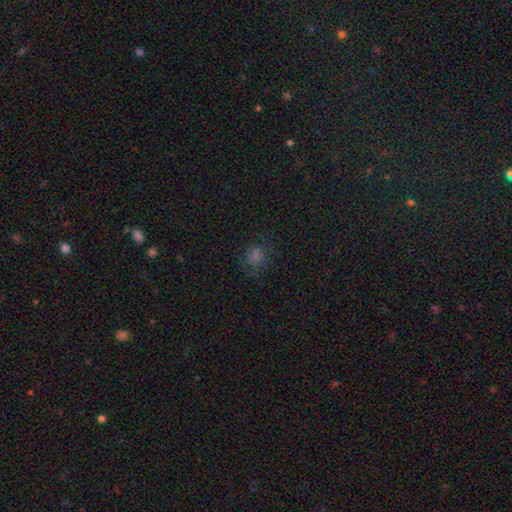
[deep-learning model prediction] Smooth or featured?
  - smooth: 59% *
  - star or artifact: 30%
  - featured or disk: 12%
How rounded?
  - round: 72% *
  - in between: 27%
  - cigar-shaped: 1%
Merging?
  - none: 73% *
  - minor disturbance: 17%
  - major disturbance: 9%
  - merger: 1%